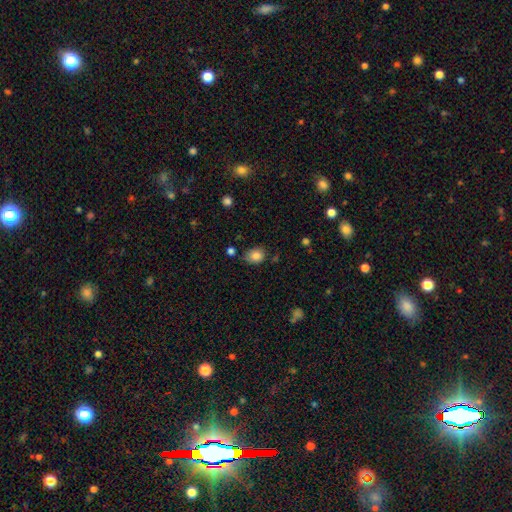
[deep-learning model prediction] A smooth galaxy with no disk features (84%) that is round (54%).

Vote fractions:
- Smooth or featured? smooth: 84% / star or artifact: 10% / featured or disk: 6%
- How rounded? round: 54% / in between: 45% / cigar-shaped: 1%
- Merging? none: 71% / minor disturbance: 20% / merger: 4% / major disturbance: 4%